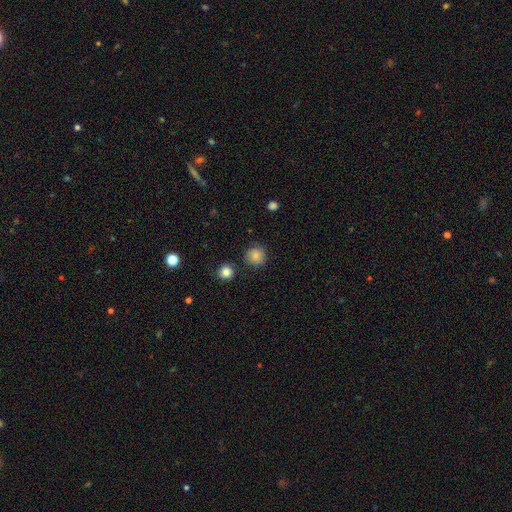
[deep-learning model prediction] Overall: smooth (83%). How rounded: round (92%). Merging: none (83%).